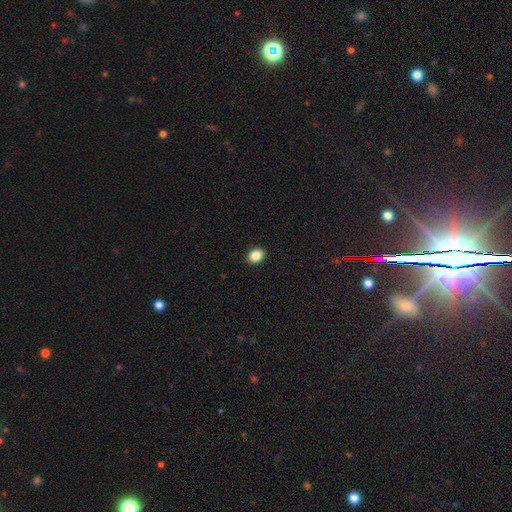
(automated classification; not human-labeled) smooth 87%, star or artifact 10%, featured or disk 3%. Down the decision tree: how rounded — round (56%); merging — none (91%).